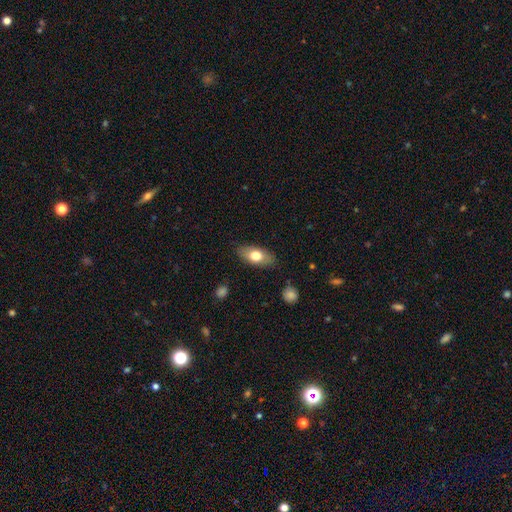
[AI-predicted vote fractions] Q: Smooth or featured?
A: smooth (72%); runner-up: featured or disk (22%)
Q: How rounded?
A: in between (86%); runner-up: cigar-shaped (9%)
Q: Merging?
A: none (84%); runner-up: minor disturbance (12%)